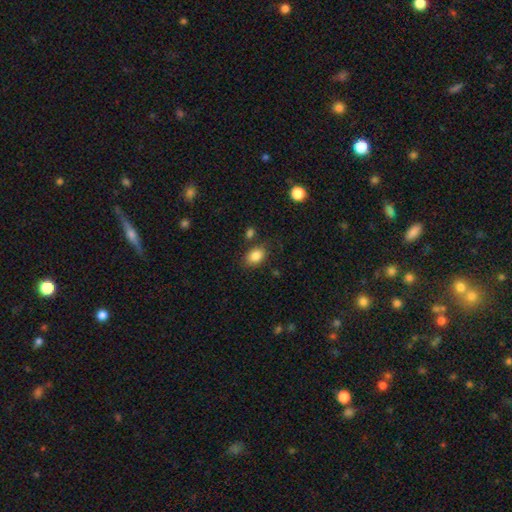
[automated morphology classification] Smooth or featured? Predicted: smooth (p=0.86). How rounded? Predicted: in between (p=0.72). Merging? Predicted: none (p=0.77).